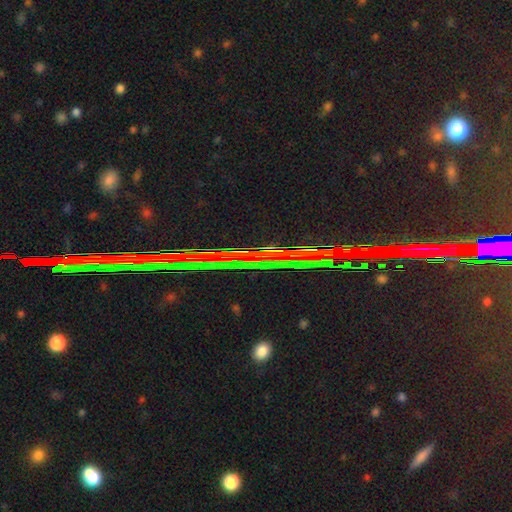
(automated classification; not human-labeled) Morphology: type=star or artifact (83%).